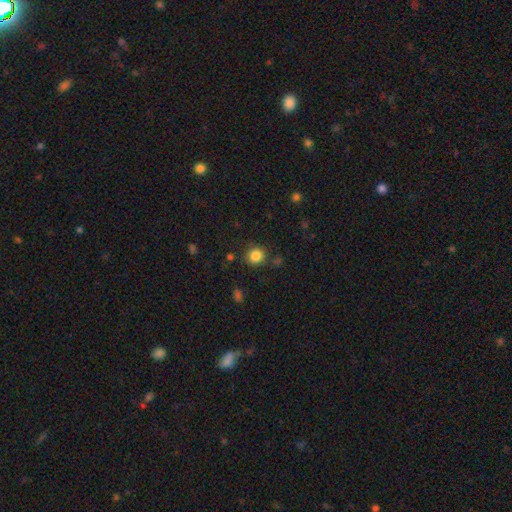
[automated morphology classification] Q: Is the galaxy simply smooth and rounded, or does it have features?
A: smooth — 84%.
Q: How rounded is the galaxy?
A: round — 87%.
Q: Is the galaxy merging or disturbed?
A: none — 83%.